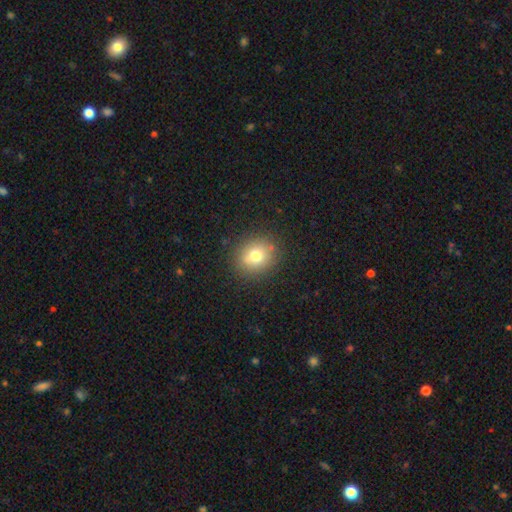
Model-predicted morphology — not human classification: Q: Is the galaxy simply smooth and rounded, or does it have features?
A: smooth — 73%.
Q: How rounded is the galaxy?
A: round — 75%.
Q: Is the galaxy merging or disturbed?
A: none — 84%.